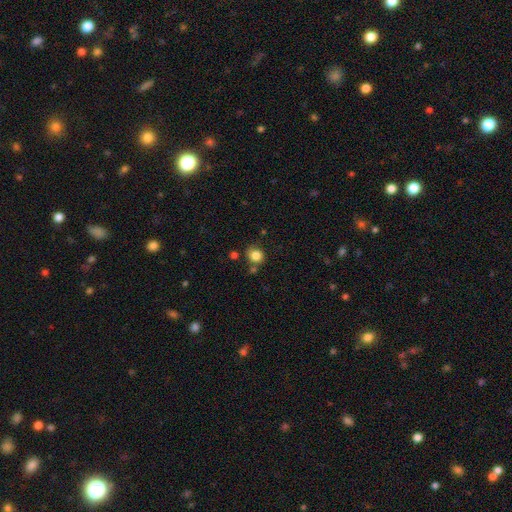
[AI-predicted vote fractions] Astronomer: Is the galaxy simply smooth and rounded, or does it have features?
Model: smooth — 83%.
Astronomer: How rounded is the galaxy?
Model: round — 80%.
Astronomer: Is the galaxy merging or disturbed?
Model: none — 73%.